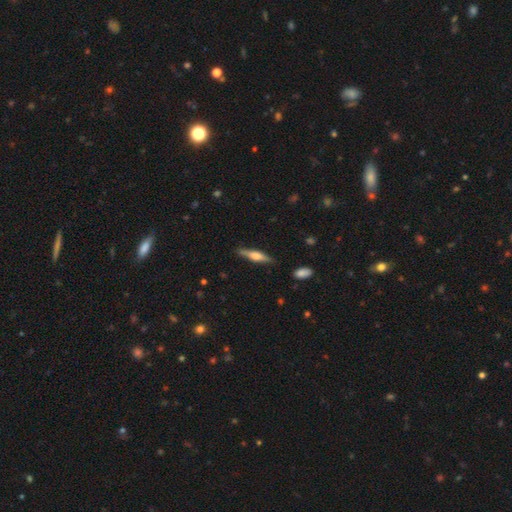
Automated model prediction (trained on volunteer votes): smooth_or_featured: featured or disk (p=0.53) [alt: smooth p=0.41]
disk_edge_on: yes (p=0.96) [alt: no p=0.04]
edge_on_bulge: rounded (p=0.78) [alt: boxy p=0.17]
merging: none (p=0.85) [alt: minor disturbance p=0.11]